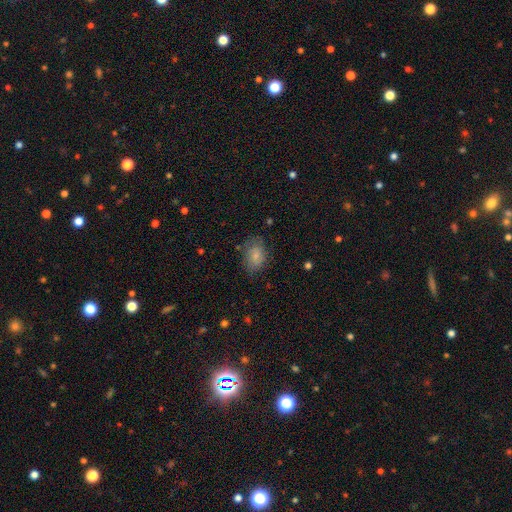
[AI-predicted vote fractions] Overall: smooth (79%). How rounded: in between (81%). Merging: none (72%).